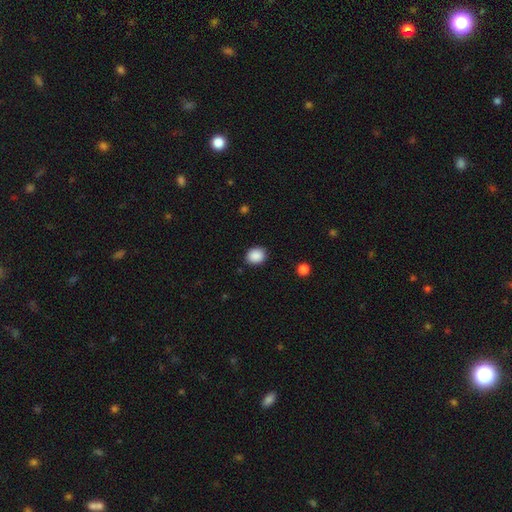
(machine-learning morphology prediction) Overall: smooth (89%). How rounded: round (56%; in between 43%). Merging: none (88%).